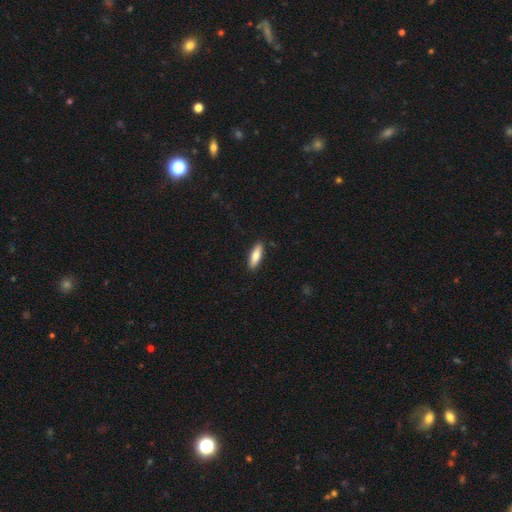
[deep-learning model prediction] Smooth or featured: smooth — 79% (featured or disk — 15%)
How rounded: in between — 51% (cigar-shaped — 47%)
Merging: none — 89% (minor disturbance — 8%)